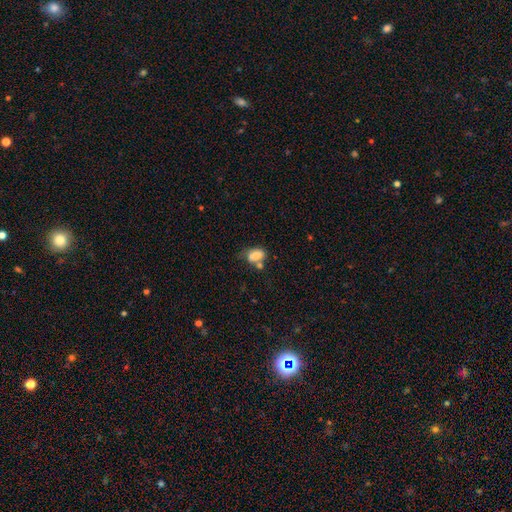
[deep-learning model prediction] Smooth or featured: smooth — 79% (featured or disk — 13%)
How rounded: in between — 82% (round — 16%)
Merging: none — 44% (merger — 27%)